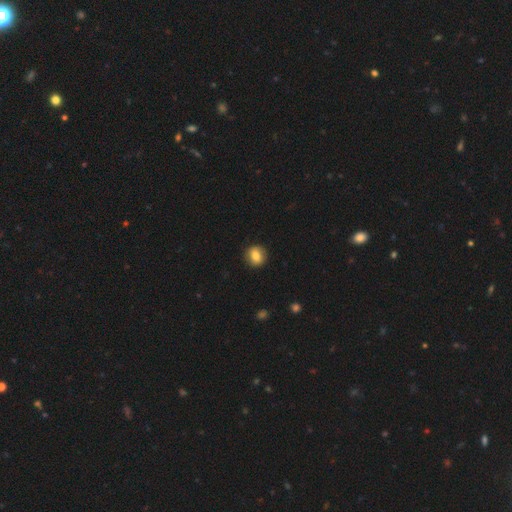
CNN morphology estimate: A smooth galaxy with no disk features (79%) that is round (82%).

Vote fractions:
- Smooth or featured? smooth: 79% / featured or disk: 12% / star or artifact: 9%
- How rounded? round: 82% / in between: 17% / cigar-shaped: 1%
- Merging? none: 90% / minor disturbance: 7% / major disturbance: 2% / merger: 1%